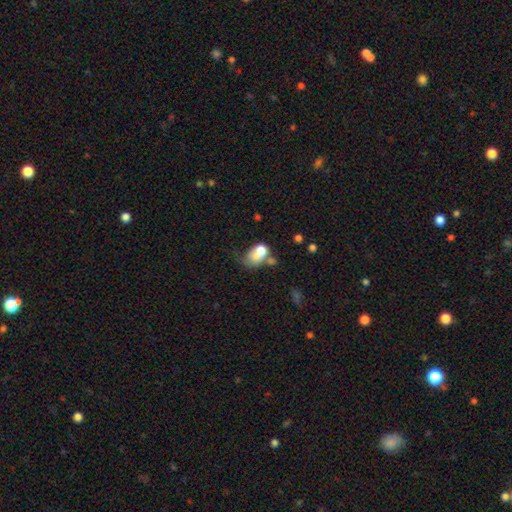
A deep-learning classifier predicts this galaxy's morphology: Smooth or featured? smooth (67%)
How rounded? in between (70%)
Merging? merger (40%)